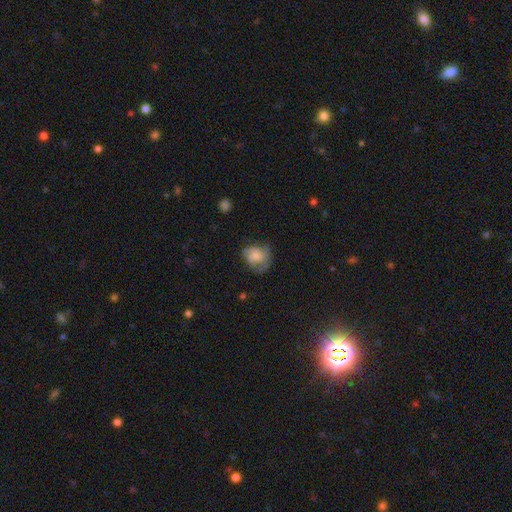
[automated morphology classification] smooth_or_featured: smooth (p=0.57) [alt: featured or disk p=0.34]
how_rounded: round (p=0.59) [alt: in between p=0.40]
merging: none (p=0.45) [alt: minor disturbance p=0.30]